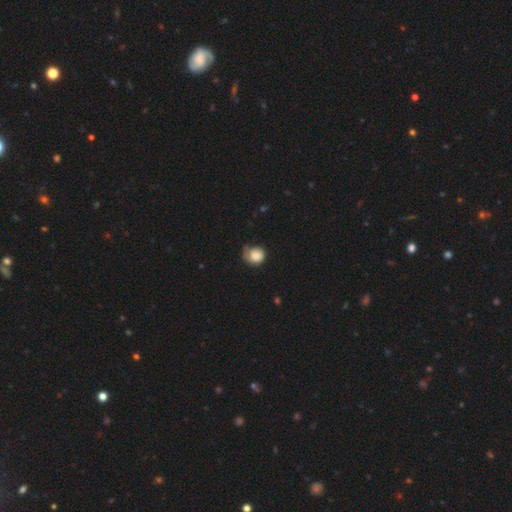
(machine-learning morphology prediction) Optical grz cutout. It shows a smooth galaxy with no disk features (78%) that is round (78%). Merging: none (41%).